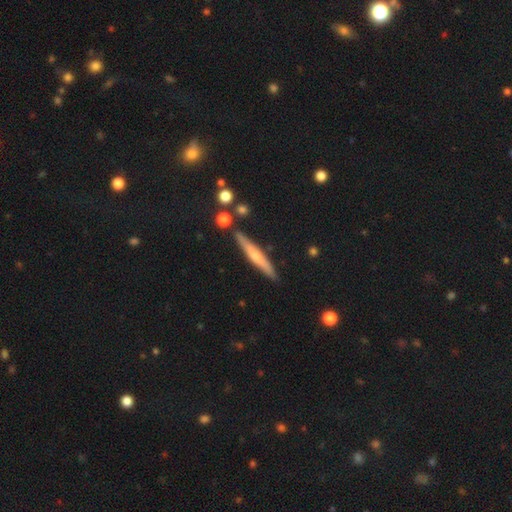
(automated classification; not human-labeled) Smooth or featured? Predicted: featured or disk (p=0.48). Merging? Predicted: none (p=0.85).